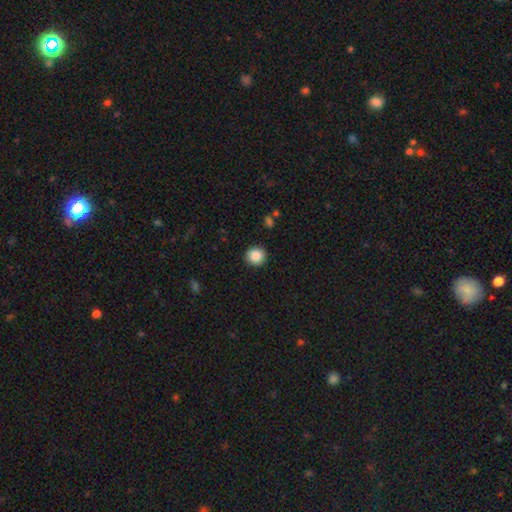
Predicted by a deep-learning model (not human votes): This is clearly a smooth galaxy (87%). How rounded: clearly round (91%). Merging: clearly none (91%).